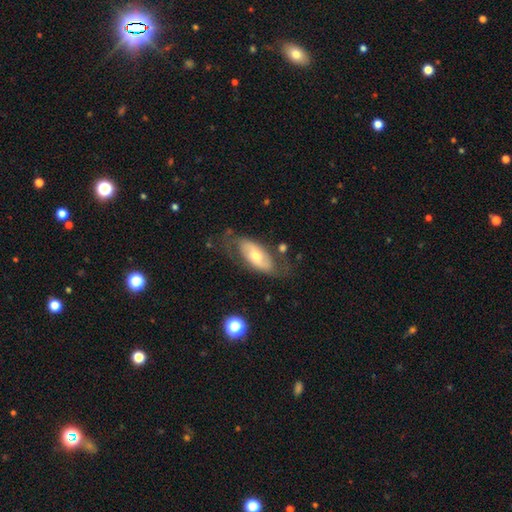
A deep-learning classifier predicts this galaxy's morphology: Smooth or featured? Predicted: featured or disk (p=0.56). Edge-on disk? Predicted: no (p=0.87). Merging? Predicted: none (p=0.61).